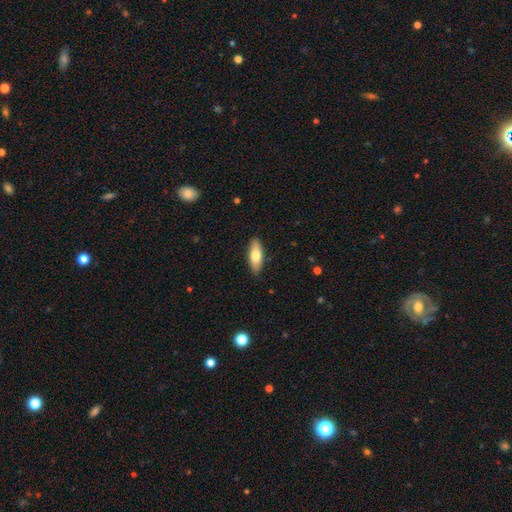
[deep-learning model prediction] smooth_or_featured: smooth (p=0.75) [alt: featured or disk p=0.19]
how_rounded: in between (p=0.73) [alt: cigar-shaped p=0.25]
merging: none (p=0.87) [alt: minor disturbance p=0.10]